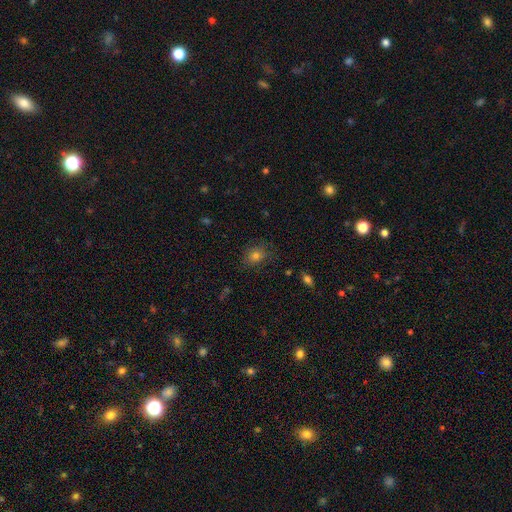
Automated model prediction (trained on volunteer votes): Smooth or featured? smooth (71%)
How rounded? round (60%)
Merging? none (76%)